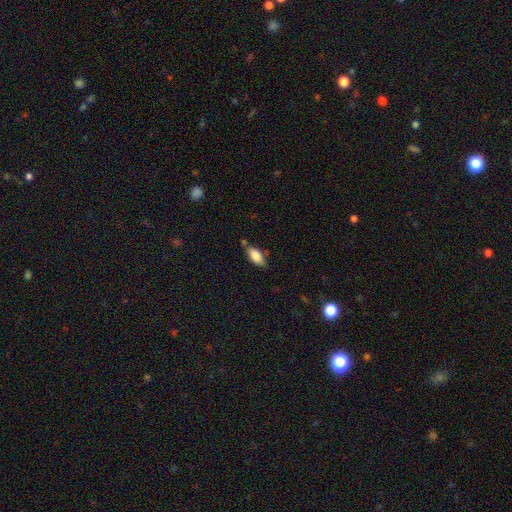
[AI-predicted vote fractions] This appears to be a smooth galaxy with no disk features (81%) that is in between round and cigar-shaped (86%). Merging: none (70%).